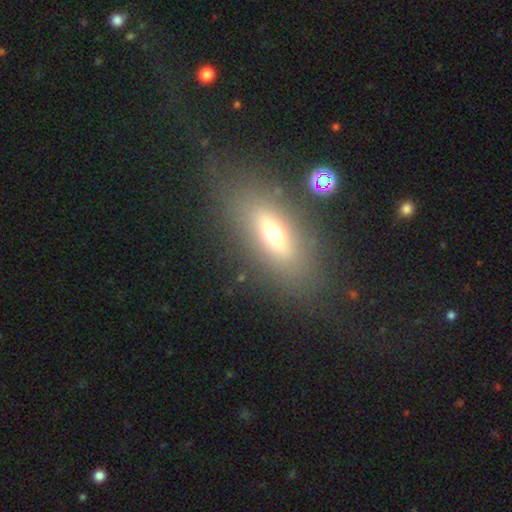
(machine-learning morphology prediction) A smooth galaxy with no disk features (50%).

Vote fractions:
- Smooth or featured? smooth: 50% / featured or disk: 36% / star or artifact: 15%
- Merging? none: 61% / major disturbance: 18% / minor disturbance: 17% / merger: 4%